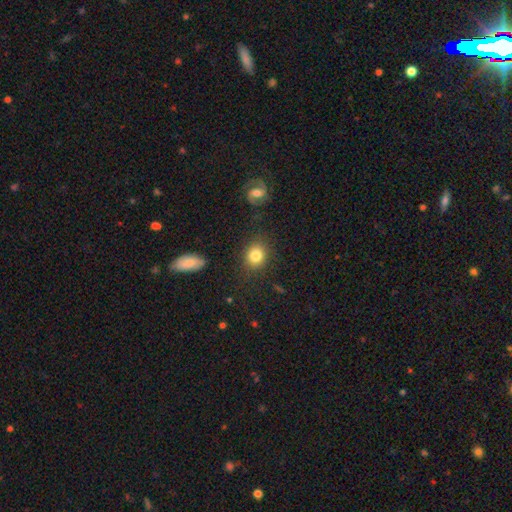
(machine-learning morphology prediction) Q: Smooth or featured?
A: smooth (82%); runner-up: star or artifact (10%)
Q: How rounded?
A: round (65%); runner-up: in between (34%)
Q: Merging?
A: none (82%); runner-up: minor disturbance (11%)